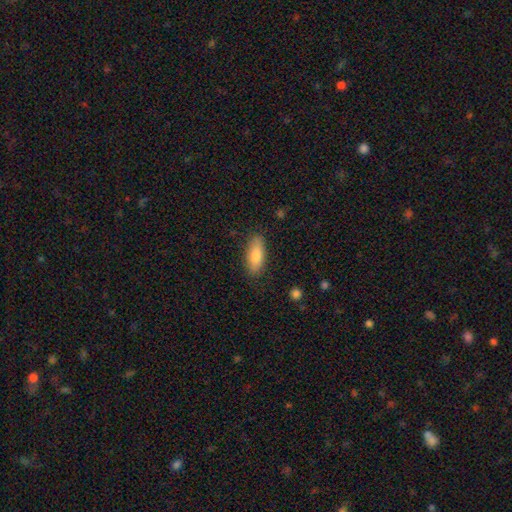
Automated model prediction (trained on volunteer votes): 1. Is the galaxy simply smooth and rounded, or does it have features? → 80% smooth, 14% featured or disk, 6% star or artifact.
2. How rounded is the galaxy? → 74% in between, 24% cigar-shaped, 2% round.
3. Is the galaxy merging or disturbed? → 86% none, 11% minor disturbance, 2% major disturbance, 1% merger.